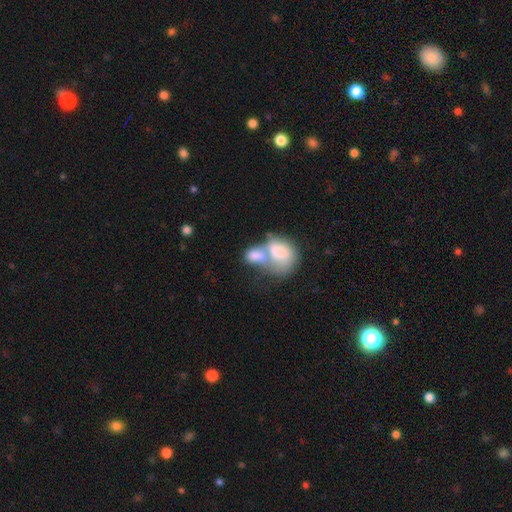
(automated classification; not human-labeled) Smooth or featured? smooth (71%)
How rounded? in between (71%)
Merging? merger (73%)